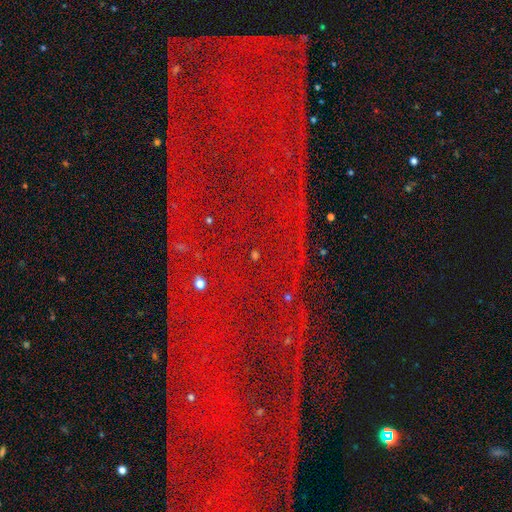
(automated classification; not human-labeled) The model was most divided on "smooth or featured": star or artifact: 83%, featured or disk: 9%, smooth: 8%.